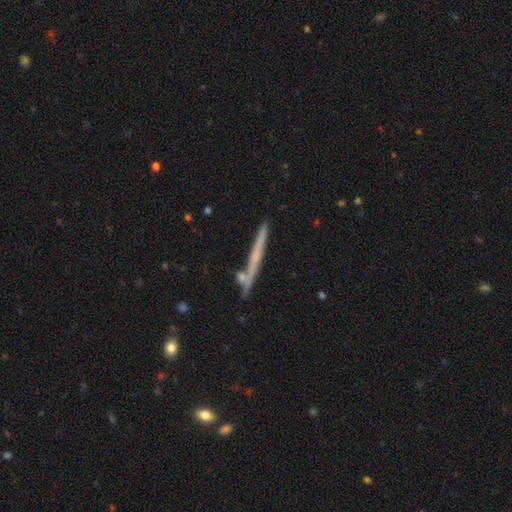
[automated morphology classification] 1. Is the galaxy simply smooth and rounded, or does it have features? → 49% featured or disk, 43% smooth, 8% star or artifact.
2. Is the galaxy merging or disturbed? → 81% none, 12% minor disturbance, 5% merger, 3% major disturbance.